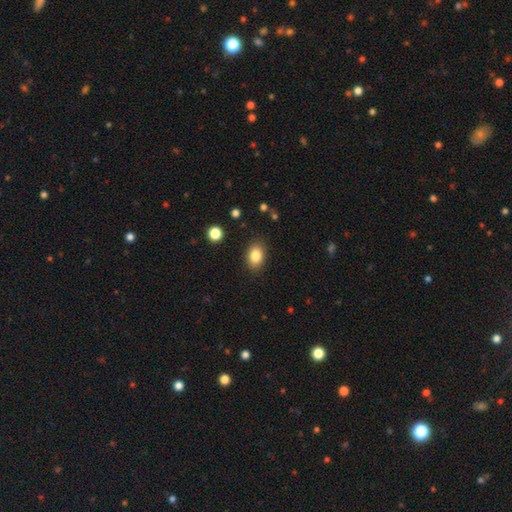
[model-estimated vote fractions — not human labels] A smooth galaxy with no disk features (84%) that is in between round and cigar-shaped (80%).

Vote fractions:
- Smooth or featured? smooth: 84% / star or artifact: 9% / featured or disk: 7%
- How rounded? in between: 80% / round: 19% / cigar-shaped: 1%
- Merging? none: 87% / minor disturbance: 9% / major disturbance: 2% / merger: 1%